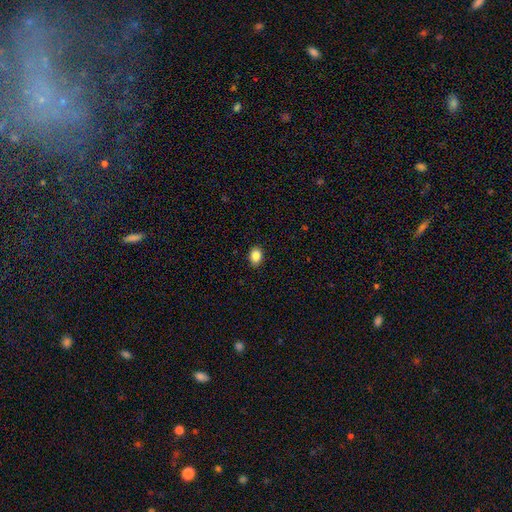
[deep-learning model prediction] Q: Smooth or featured?
A: smooth (87%); runner-up: star or artifact (9%)
Q: How rounded?
A: in between (69%); runner-up: round (30%)
Q: Merging?
A: none (89%); runner-up: minor disturbance (8%)